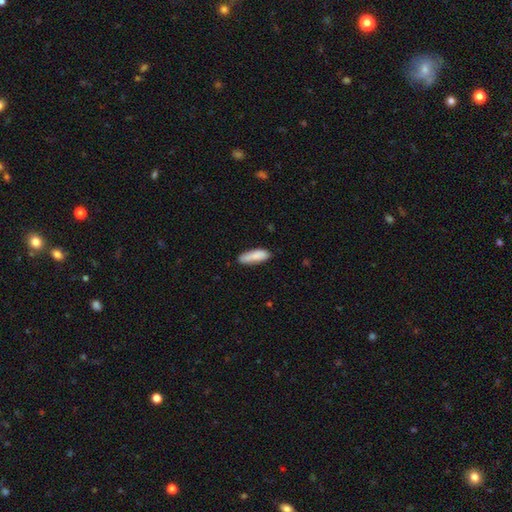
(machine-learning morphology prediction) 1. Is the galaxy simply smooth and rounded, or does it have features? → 87% smooth, 7% featured or disk, 6% star or artifact.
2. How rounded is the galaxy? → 53% in between, 45% cigar-shaped, 2% round.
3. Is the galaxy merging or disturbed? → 77% none, 18% minor disturbance, 3% major disturbance, 2% merger.